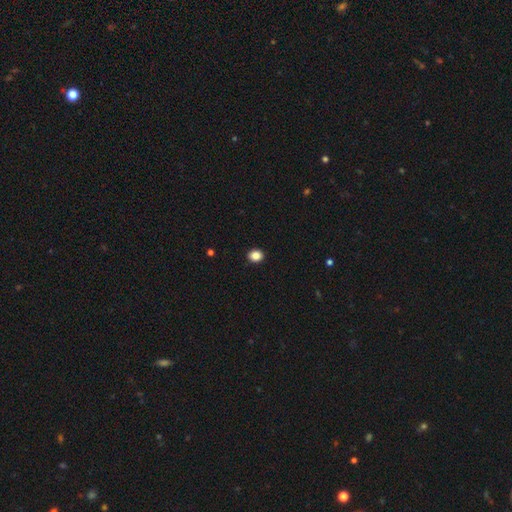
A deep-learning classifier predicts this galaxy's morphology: Q: Smooth or featured?
A: smooth (86%); runner-up: star or artifact (10%)
Q: How rounded?
A: round (71%); runner-up: in between (28%)
Q: Merging?
A: none (93%); runner-up: minor disturbance (5%)